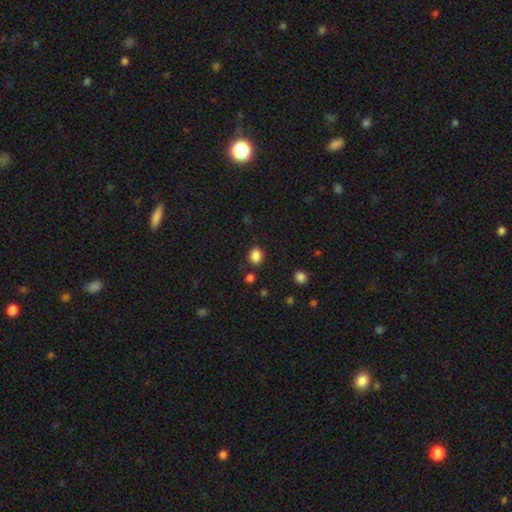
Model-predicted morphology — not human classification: This is clearly a smooth galaxy (85%). How rounded: likely round (63%). Merging: clearly none (82%).